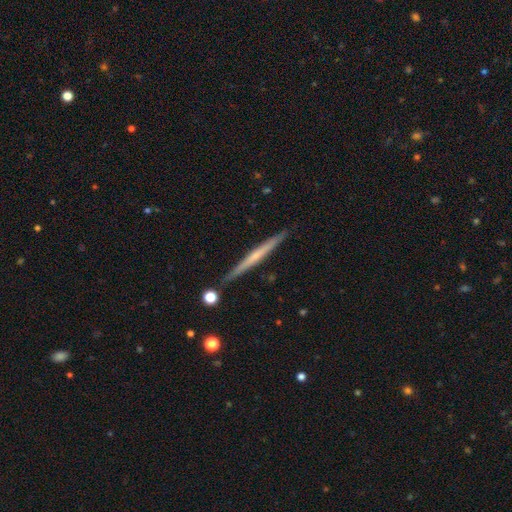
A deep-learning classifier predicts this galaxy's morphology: This is likely a featured or disk galaxy (61%). It is clearly viewed edge-on (98%). Edge-on bulge: likely none (69%). Merging: clearly none (90%).